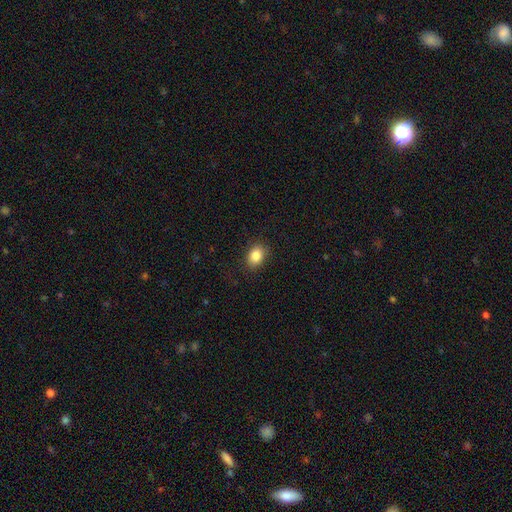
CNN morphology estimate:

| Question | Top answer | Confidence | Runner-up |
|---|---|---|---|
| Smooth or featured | smooth | 86% | star or artifact (9%) |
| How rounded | in between | 66% | round (33%) |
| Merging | none | 87% | minor disturbance (10%) |